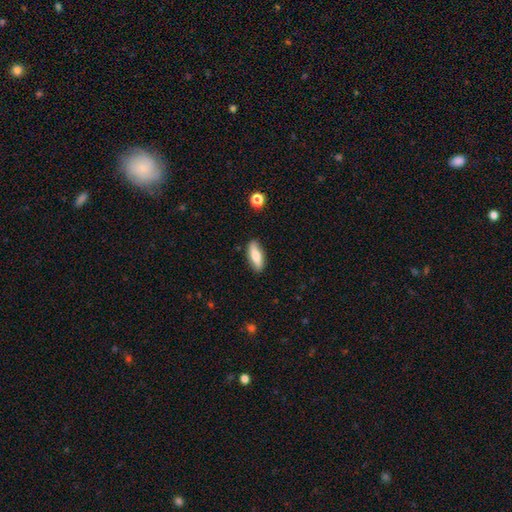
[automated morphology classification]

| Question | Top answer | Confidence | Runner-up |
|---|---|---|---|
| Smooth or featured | smooth | 69% | featured or disk (25%) |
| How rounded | in between | 62% | cigar-shaped (35%) |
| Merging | none | 86% | minor disturbance (10%) |